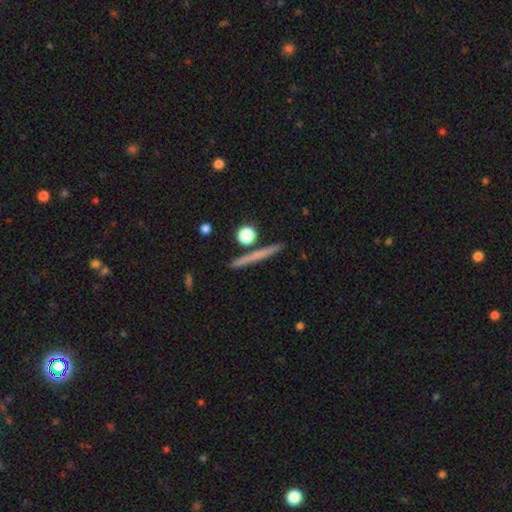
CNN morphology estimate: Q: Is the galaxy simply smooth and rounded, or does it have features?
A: smooth — 53%.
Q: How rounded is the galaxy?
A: cigar-shaped — 88%.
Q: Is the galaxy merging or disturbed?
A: none — 88%.